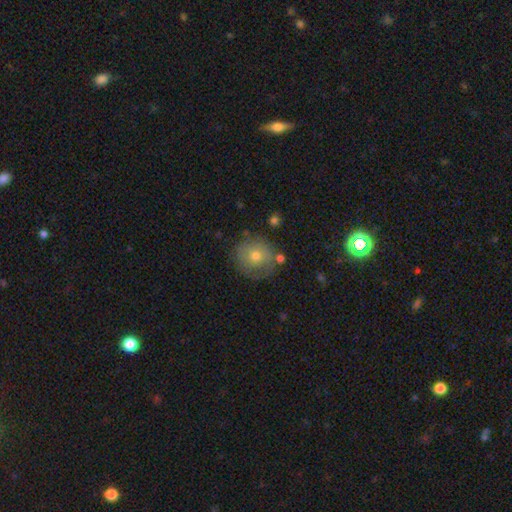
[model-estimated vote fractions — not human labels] Smooth or featured?
  - smooth: 64% *
  - featured or disk: 28%
  - star or artifact: 9%
How rounded?
  - round: 88% *
  - in between: 11%
  - cigar-shaped: 1%
Merging?
  - none: 69% *
  - minor disturbance: 19%
  - major disturbance: 7%
  - merger: 5%